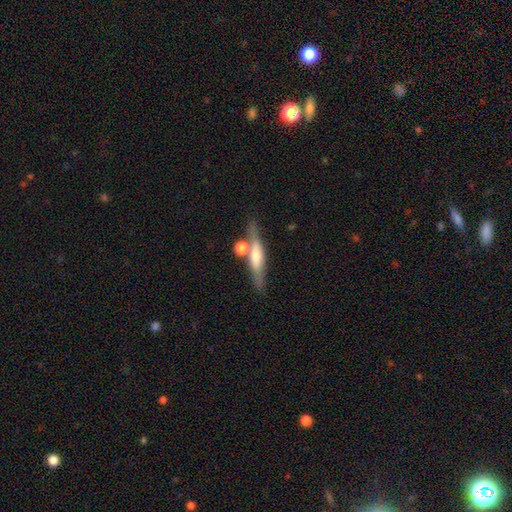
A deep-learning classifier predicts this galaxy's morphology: Smooth or featured: featured or disk — 54% (smooth — 39%)
Edge-on disk: yes — 88% (no — 12%)
Merging: none — 65% (merger — 18%)